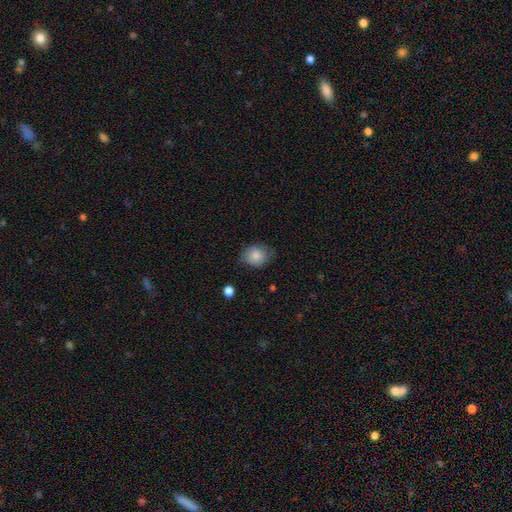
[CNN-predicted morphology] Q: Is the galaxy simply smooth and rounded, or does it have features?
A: smooth — 82%.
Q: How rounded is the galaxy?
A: round — 58%.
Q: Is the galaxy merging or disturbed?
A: none — 71%.